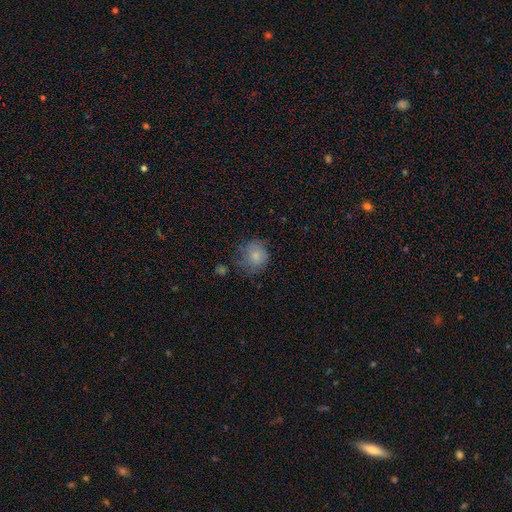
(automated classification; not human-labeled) Smooth or featured?
  - smooth: 74% *
  - featured or disk: 17%
  - star or artifact: 9%
How rounded?
  - round: 85% *
  - in between: 14%
  - cigar-shaped: 1%
Merging?
  - none: 57% *
  - minor disturbance: 27%
  - major disturbance: 13%
  - merger: 2%